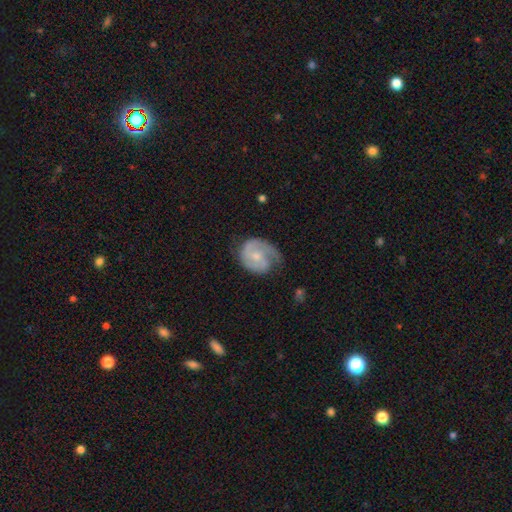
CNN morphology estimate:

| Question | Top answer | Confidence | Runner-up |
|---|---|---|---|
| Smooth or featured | featured or disk | 73% | smooth (21%) |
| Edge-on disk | no | 98% | yes (2%) |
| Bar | no | 60% | weak (35%) |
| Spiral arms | yes | 92% | no (8%) |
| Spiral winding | tight | 42% | medium (41%) |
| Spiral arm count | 2 | 55% | 1 (26%) |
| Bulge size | small | 52% | moderate (37%) |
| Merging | none | 55% | minor disturbance (28%) |